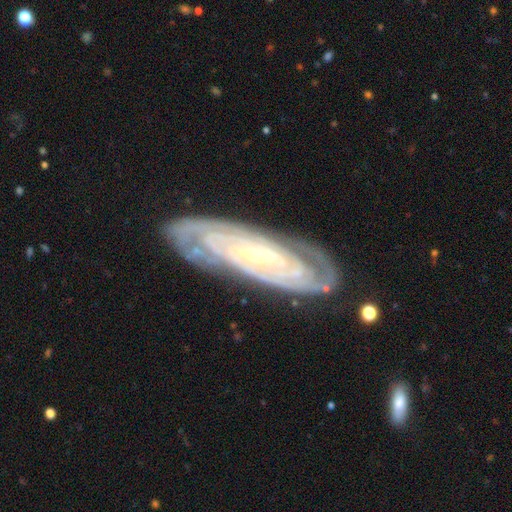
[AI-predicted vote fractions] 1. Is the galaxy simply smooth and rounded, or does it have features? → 88% featured or disk, 7% smooth, 5% star or artifact.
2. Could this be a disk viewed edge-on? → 87% no, 13% yes.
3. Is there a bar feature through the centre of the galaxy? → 58% no, 27% weak, 15% strong.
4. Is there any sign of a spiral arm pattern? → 96% yes, 4% no.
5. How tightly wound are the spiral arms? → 81% tight, 16% medium, 3% loose.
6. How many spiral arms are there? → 39% can't tell, 22% 2, 13% 3, 12% 4, 9% more than 4, 6% 1.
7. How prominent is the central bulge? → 80% small, 16% moderate, 1% none, 1% large, 1% dominant.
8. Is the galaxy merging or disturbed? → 81% none, 13% minor disturbance, 3% major disturbance, 2% merger.